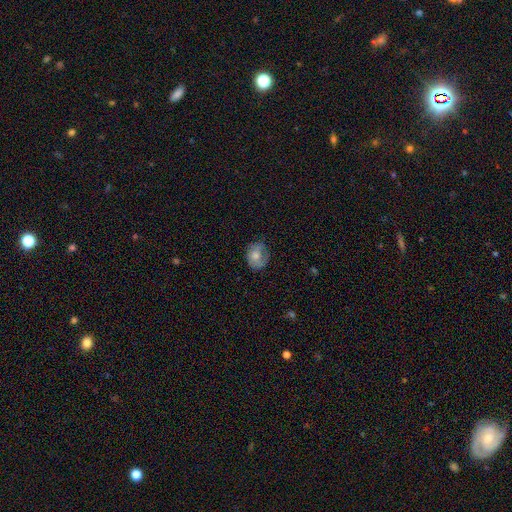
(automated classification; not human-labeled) Q: Smooth or featured?
A: smooth (60%); runner-up: featured or disk (32%)
Q: How rounded?
A: round (61%); runner-up: in between (38%)
Q: Merging?
A: none (63%); runner-up: minor disturbance (25%)